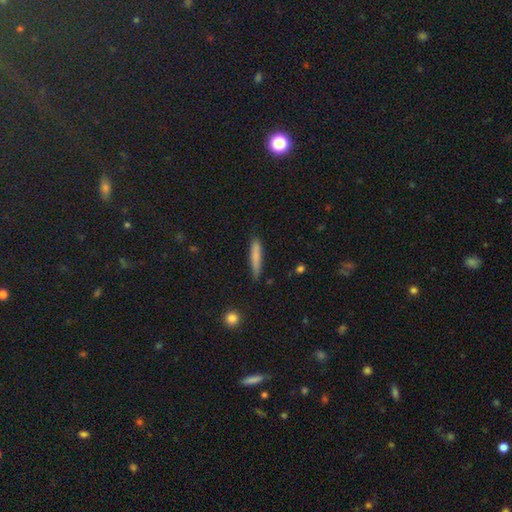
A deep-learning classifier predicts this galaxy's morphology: smooth-or-featured: smooth: 77% | featured or disk: 16% | star or artifact: 7%
  how-rounded: cigar-shaped: 91% | in between: 8% | round: 2%
  merging: none: 81% | minor disturbance: 15% | major disturbance: 2% | merger: 2%